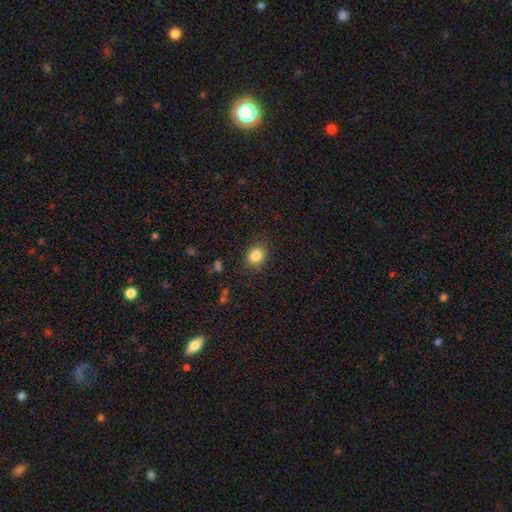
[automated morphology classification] Q: Smooth or featured?
A: smooth (84%); runner-up: star or artifact (11%)
Q: How rounded?
A: round (66%); runner-up: in between (33%)
Q: Merging?
A: none (86%); runner-up: minor disturbance (10%)